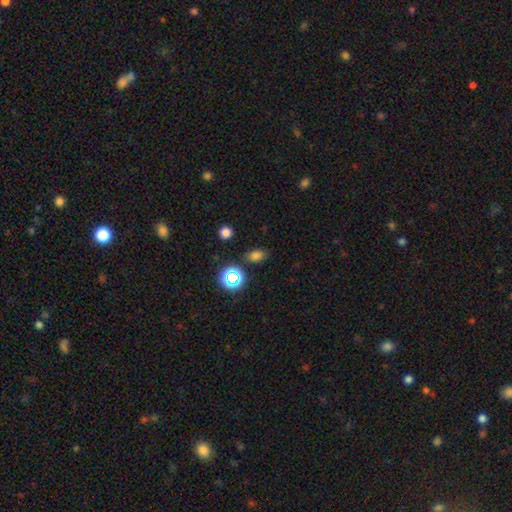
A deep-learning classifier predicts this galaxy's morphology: Smooth or featured?
  - smooth: 73% *
  - star or artifact: 21%
  - featured or disk: 6%
How rounded?
  - in between: 80% *
  - round: 18%
  - cigar-shaped: 2%
Merging?
  - none: 82% *
  - minor disturbance: 11%
  - merger: 3%
  - major disturbance: 3%